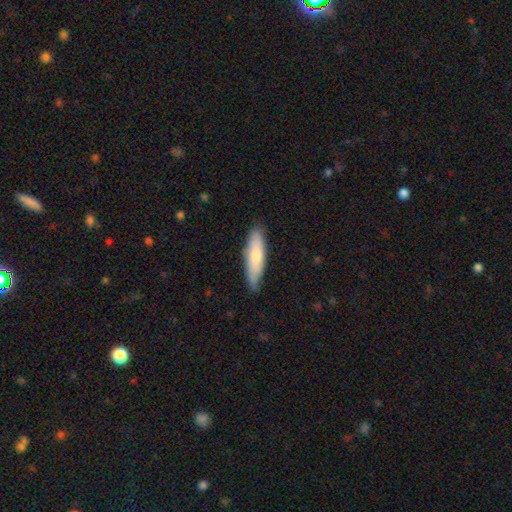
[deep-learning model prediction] The model was most divided on "how rounded": cigar-shaped: 65%, in between: 33%, round: 2%. More confident: merging — none (77%); smooth or featured — smooth (72%).